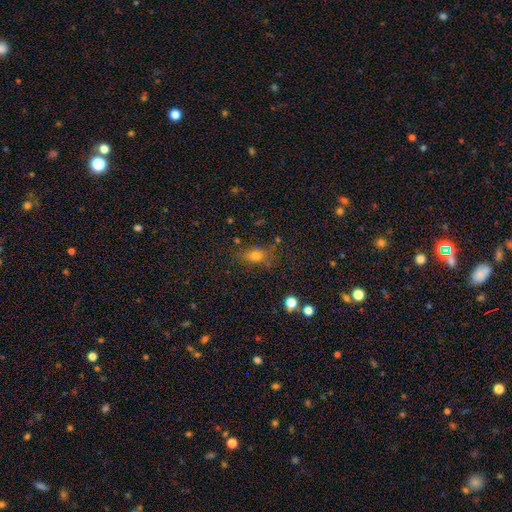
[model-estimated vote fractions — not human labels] Smooth or featured?
  - smooth: 68% *
  - star or artifact: 19%
  - featured or disk: 13%
How rounded?
  - in between: 63% *
  - round: 30%
  - cigar-shaped: 7%
Merging?
  - none: 68% *
  - minor disturbance: 18%
  - major disturbance: 9%
  - merger: 5%